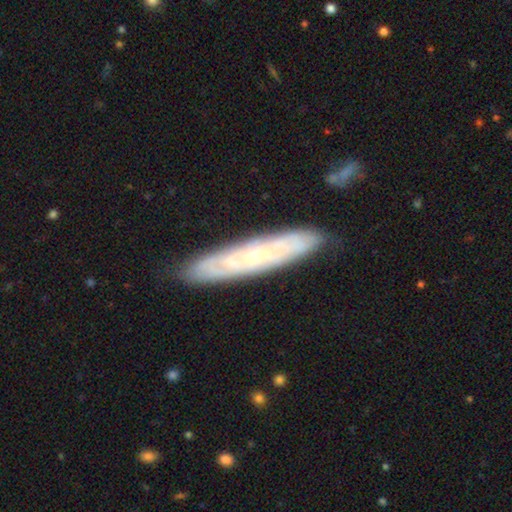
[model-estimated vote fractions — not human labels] smooth-or-featured: featured or disk: 69% | smooth: 24% | star or artifact: 7%
  disk-edge-on: no: 55% | yes: 45%
  merging: none: 85% | minor disturbance: 11% | major disturbance: 2% | merger: 2%